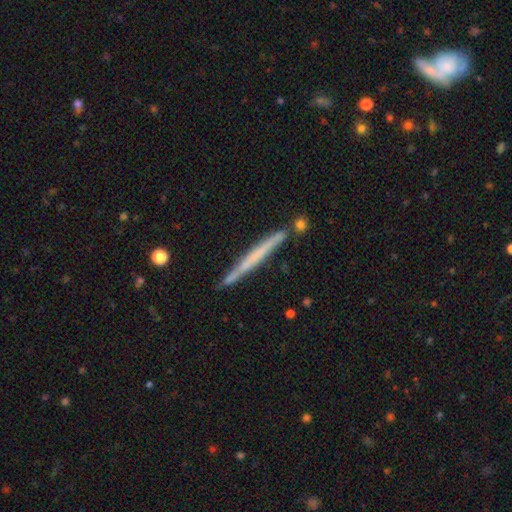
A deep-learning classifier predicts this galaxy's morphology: Q: Smooth or featured?
A: featured or disk (49%); runner-up: smooth (45%)
Q: Merging?
A: none (83%); runner-up: minor disturbance (10%)